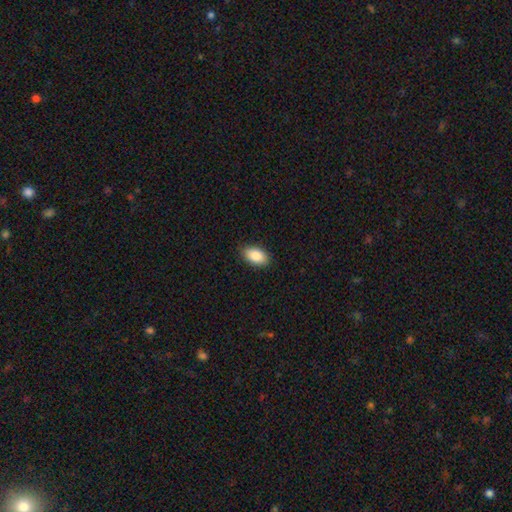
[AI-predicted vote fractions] A smooth galaxy with no disk features (87%) that is in between round and cigar-shaped (94%).

Vote fractions:
- Smooth or featured? smooth: 87% / star or artifact: 7% / featured or disk: 6%
- How rounded? in between: 94% / round: 4% / cigar-shaped: 2%
- Merging? none: 88% / minor disturbance: 9% / major disturbance: 2% / merger: 1%